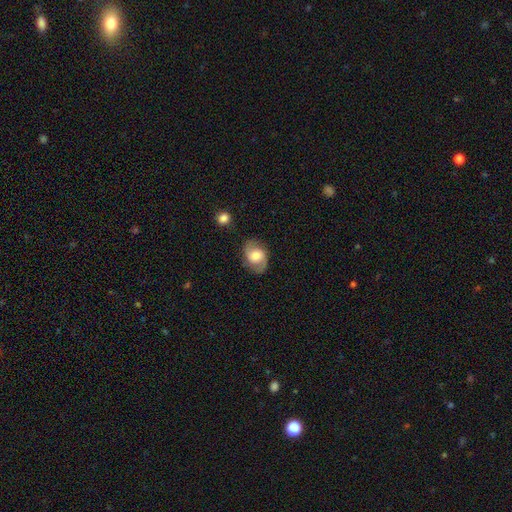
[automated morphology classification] Overall: featured or disk (61%; smooth 32%). Edge-on disk: no (97%). Bar: no (57%; weak 36%). Spiral arms: yes (90%). Spiral arm count: 2 (87%). Spiral winding: medium (47%; loose 32%). Bulge size: moderate (59%; large 23%). Merging: none (75%).